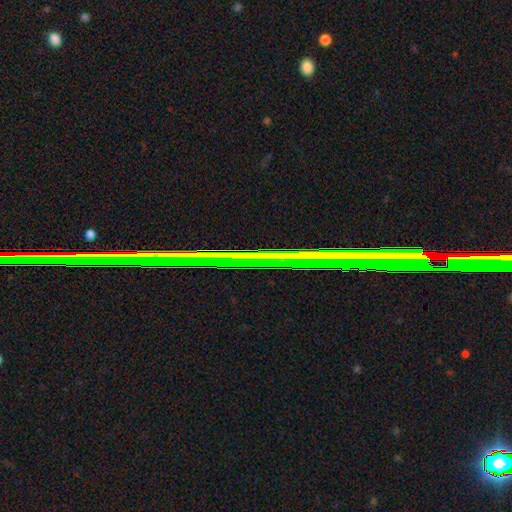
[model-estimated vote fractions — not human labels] Morphology: type=star or artifact (76%).